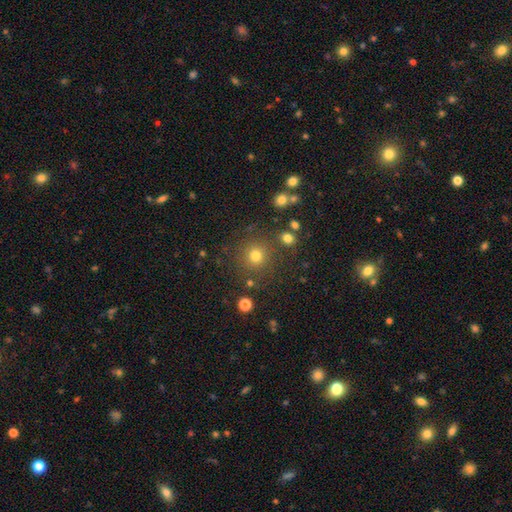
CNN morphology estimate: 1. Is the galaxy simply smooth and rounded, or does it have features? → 77% smooth, 16% star or artifact, 7% featured or disk.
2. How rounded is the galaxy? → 92% round, 7% in between, 1% cigar-shaped.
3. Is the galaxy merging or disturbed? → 82% none, 9% minor disturbance, 5% merger, 4% major disturbance.